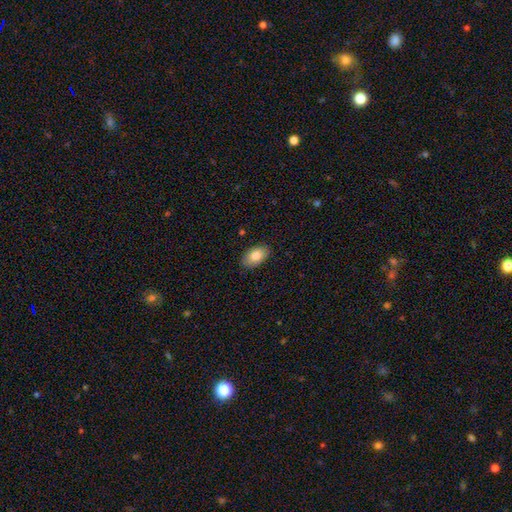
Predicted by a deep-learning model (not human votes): Morphology: type=smooth (82%); roundness=in between (93%); merging=none (87%).